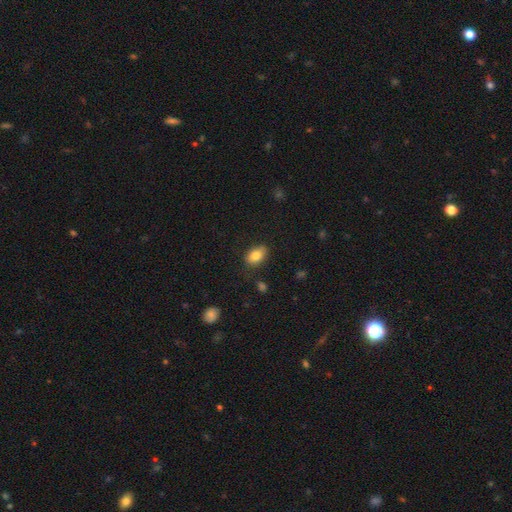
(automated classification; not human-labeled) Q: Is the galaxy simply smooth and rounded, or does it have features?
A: smooth — 81%.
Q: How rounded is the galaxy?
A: in between — 85%.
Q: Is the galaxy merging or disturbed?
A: none — 82%.